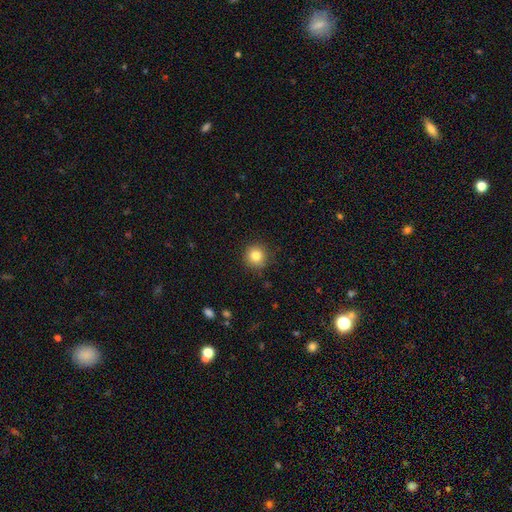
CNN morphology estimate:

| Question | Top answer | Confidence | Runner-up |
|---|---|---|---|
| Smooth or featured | smooth | 82% | star or artifact (11%) |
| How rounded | round | 94% | in between (5%) |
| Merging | none | 87% | minor disturbance (10%) |